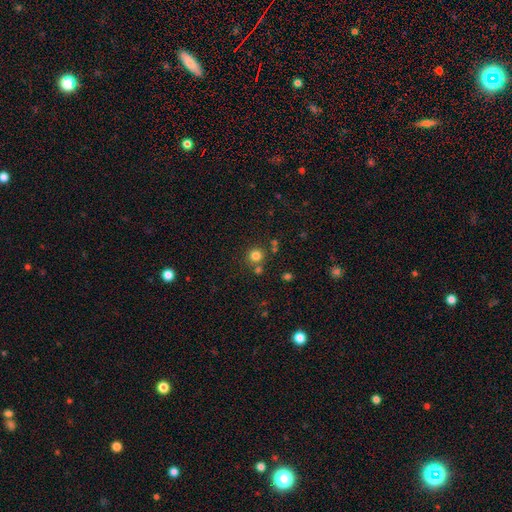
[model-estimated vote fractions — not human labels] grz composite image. It shows a smooth galaxy with no disk features (79%) that is round (93%). Merging: none (74%).